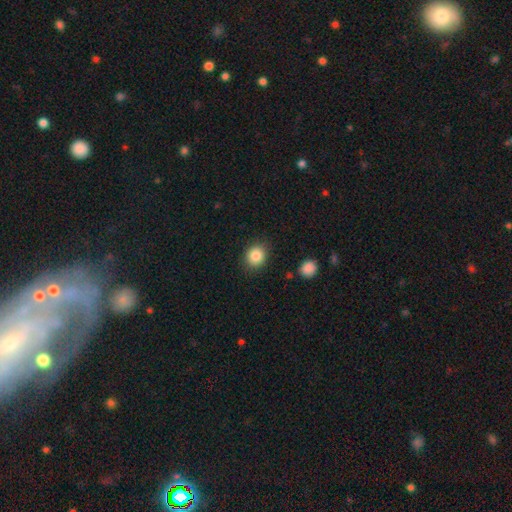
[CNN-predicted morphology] Smooth or featured: smooth — 86% (star or artifact — 9%)
How rounded: round — 67% (in between — 32%)
Merging: none — 86% (minor disturbance — 10%)